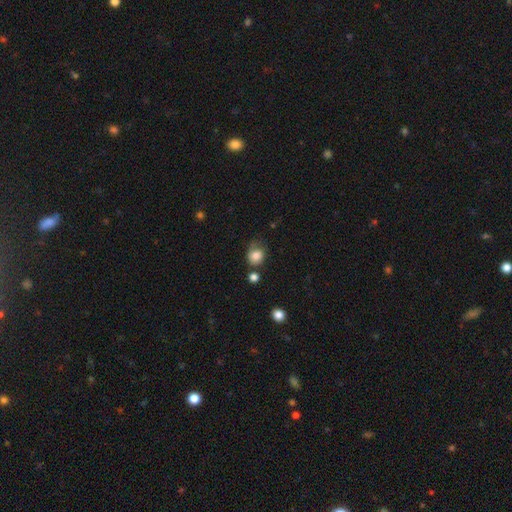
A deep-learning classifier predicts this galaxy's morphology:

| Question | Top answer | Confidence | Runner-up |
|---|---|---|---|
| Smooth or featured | smooth | 82% | star or artifact (9%) |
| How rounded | round | 68% | in between (31%) |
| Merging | none | 51% | minor disturbance (30%) |